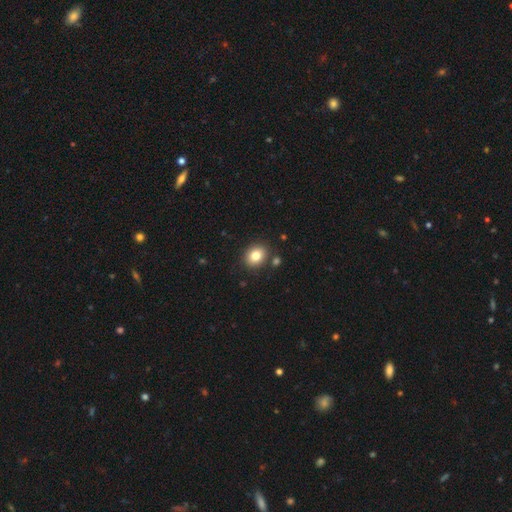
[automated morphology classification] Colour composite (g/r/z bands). It shows a smooth galaxy with no disk features (82%) that is round (55%). Merging: none (85%).